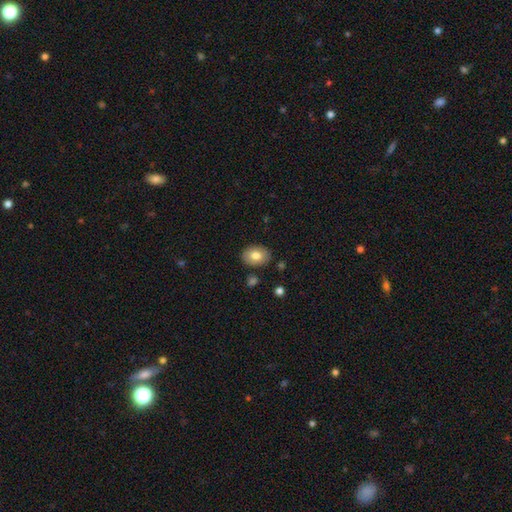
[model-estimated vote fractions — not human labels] A smooth galaxy with no disk features (76%) that is in between round and cigar-shaped (73%). Merging: none (85%).